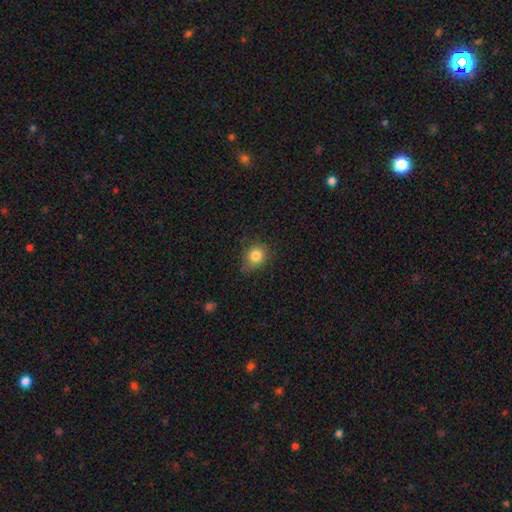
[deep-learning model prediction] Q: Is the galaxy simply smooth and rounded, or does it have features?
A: smooth — 83%.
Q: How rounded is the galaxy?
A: round — 66%.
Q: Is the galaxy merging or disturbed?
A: none — 70%.